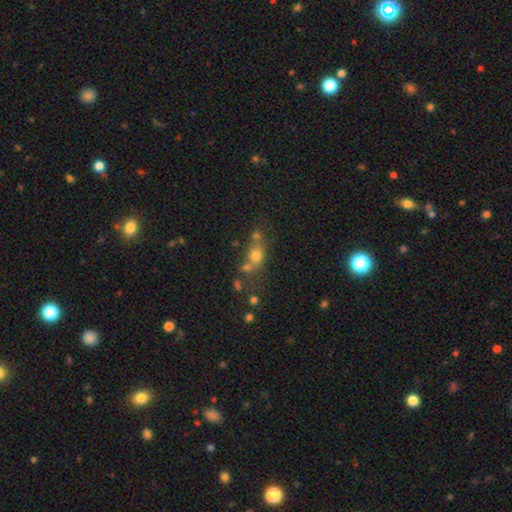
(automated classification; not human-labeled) This appears to be a smooth galaxy with no disk features (59%) that is round (64%). Merging: none (49%).